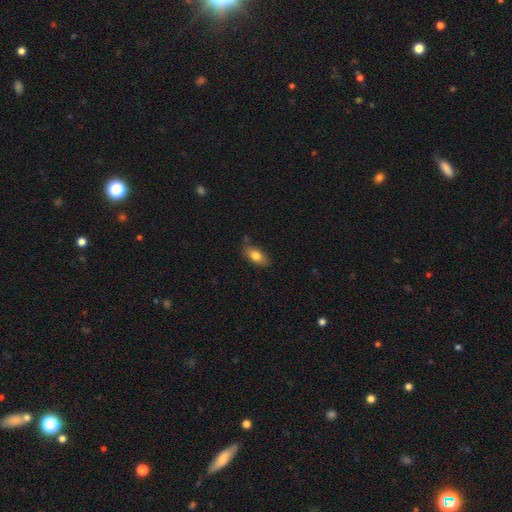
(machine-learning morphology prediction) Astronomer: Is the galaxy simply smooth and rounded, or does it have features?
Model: smooth — 79%.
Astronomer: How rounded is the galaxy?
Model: in between — 84%.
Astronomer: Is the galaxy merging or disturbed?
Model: none — 76%.